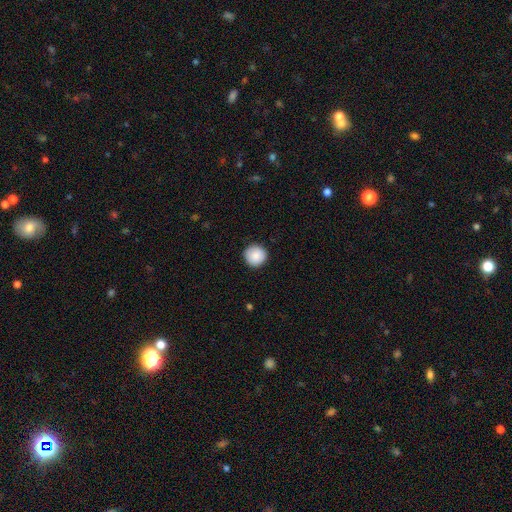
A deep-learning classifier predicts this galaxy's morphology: Smooth or featured? smooth (89%)
How rounded? round (96%)
Merging? none (91%)